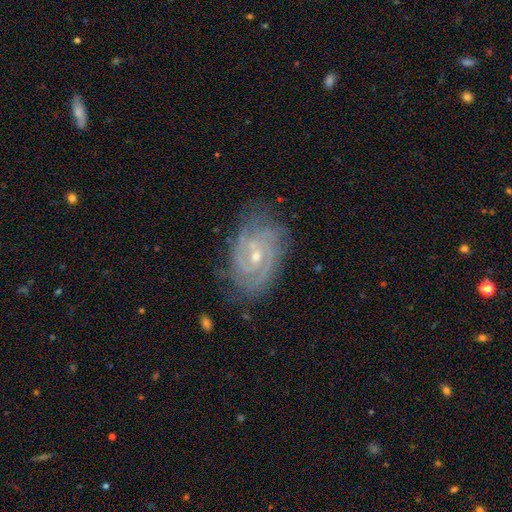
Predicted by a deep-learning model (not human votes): This is clearly a featured or disk galaxy (88%). It is clearly not viewed edge-on (96%). Bar: possibly no (47%). Spiral arm pattern: clearly yes (97%). Spiral arm count: marginally 2 (40%). Spiral winding: likely tight (67%). Central bulge: possibly small (57%). Merging: likely none (74%).